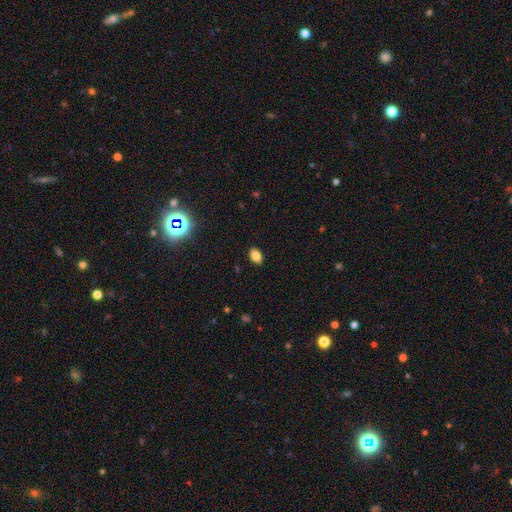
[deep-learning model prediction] A smooth galaxy with no disk features (81%) that is in between round and cigar-shaped (86%). Merging: none (88%).